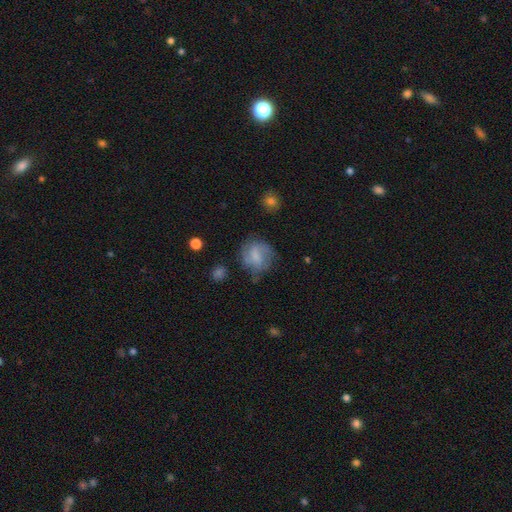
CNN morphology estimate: Smooth or featured: smooth — 62% (featured or disk — 29%)
How rounded: round — 72% (in between — 27%)
Merging: none — 55% (minor disturbance — 26%)